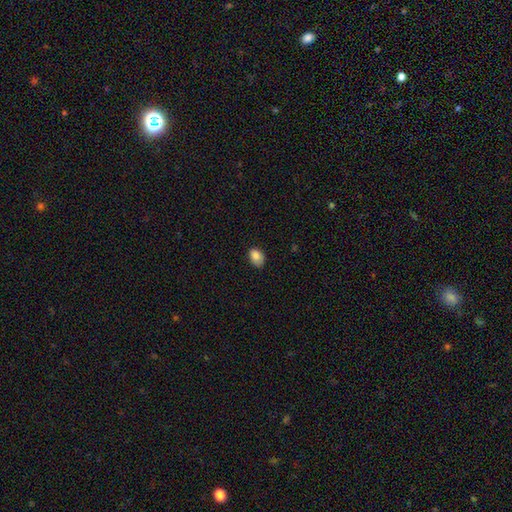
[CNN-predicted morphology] Q: Smooth or featured?
A: smooth (84%); runner-up: star or artifact (9%)
Q: How rounded?
A: in between (76%); runner-up: round (23%)
Q: Merging?
A: none (70%); runner-up: minor disturbance (24%)